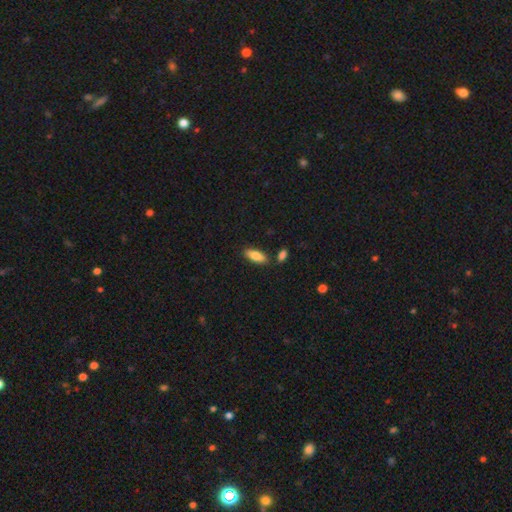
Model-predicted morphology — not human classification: Smooth or featured?
  - smooth: 83% *
  - featured or disk: 11%
  - star or artifact: 6%
How rounded?
  - in between: 73% *
  - cigar-shaped: 25%
  - round: 2%
Merging?
  - none: 82% *
  - minor disturbance: 10%
  - merger: 6%
  - major disturbance: 2%